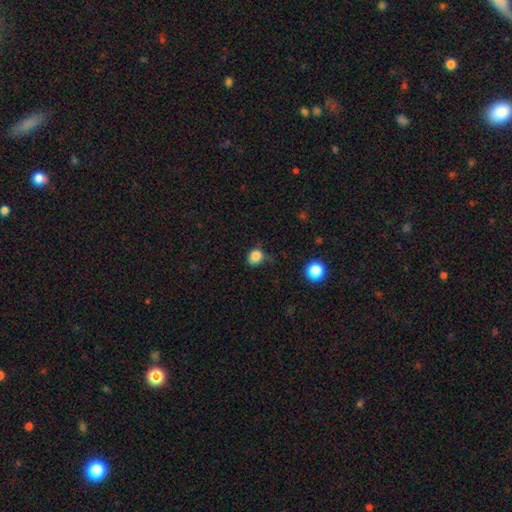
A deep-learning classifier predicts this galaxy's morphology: This is clearly a smooth galaxy (83%). How rounded: likely round (70%). Merging: possibly none (59%).